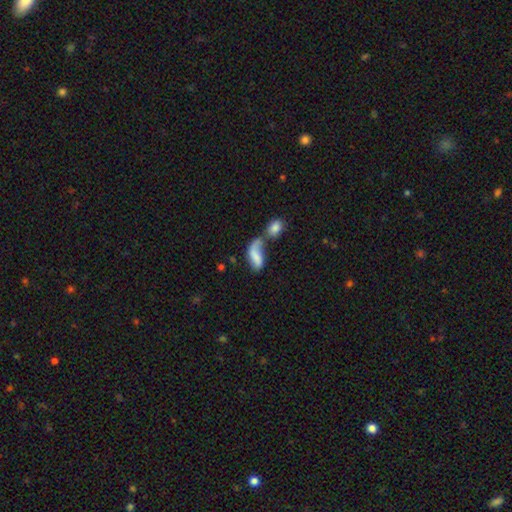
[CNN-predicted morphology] The model was most divided on "merging": merger: 56%, none: 16%, major disturbance: 15%, minor disturbance: 12%. More confident: how rounded — in between (84%); smooth or featured — smooth (66%).